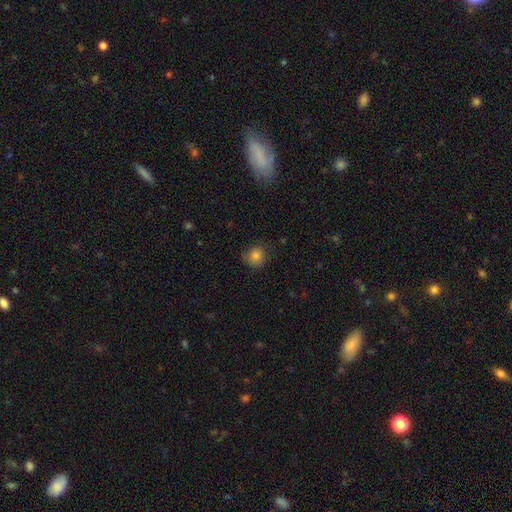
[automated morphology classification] Smooth or featured?
  - smooth: 83% *
  - star or artifact: 11%
  - featured or disk: 5%
How rounded?
  - round: 85% *
  - in between: 14%
  - cigar-shaped: 1%
Merging?
  - none: 78% *
  - minor disturbance: 17%
  - major disturbance: 4%
  - merger: 1%